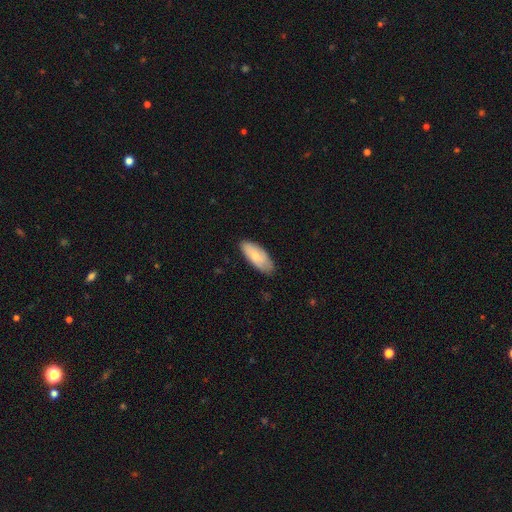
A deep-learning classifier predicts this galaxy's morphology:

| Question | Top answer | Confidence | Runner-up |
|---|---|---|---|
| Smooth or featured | smooth | 72% | featured or disk (23%) |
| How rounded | in between | 84% | cigar-shaped (15%) |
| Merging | none | 75% | minor disturbance (21%) |